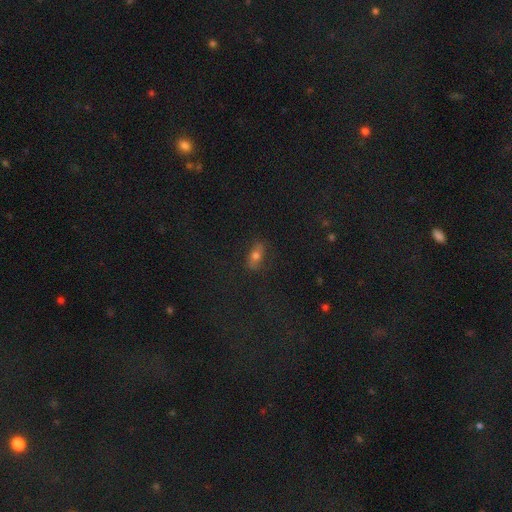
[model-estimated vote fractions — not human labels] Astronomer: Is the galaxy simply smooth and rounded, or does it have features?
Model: smooth — 64%.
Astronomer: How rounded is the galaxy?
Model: in between — 79%.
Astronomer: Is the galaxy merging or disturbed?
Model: none — 78%.